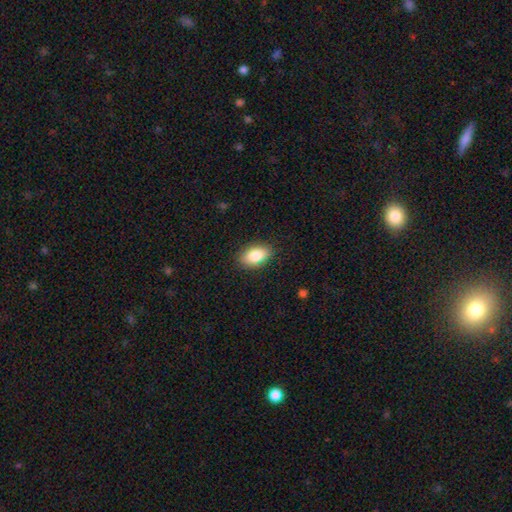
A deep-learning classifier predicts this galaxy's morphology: Q: Smooth or featured?
A: smooth (86%); runner-up: star or artifact (7%)
Q: How rounded?
A: in between (91%); runner-up: round (7%)
Q: Merging?
A: none (87%); runner-up: minor disturbance (10%)